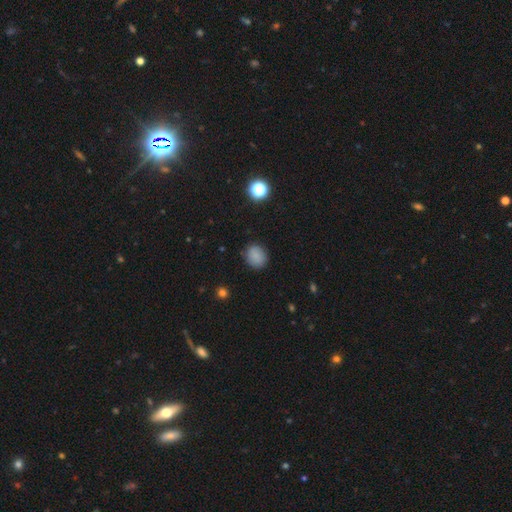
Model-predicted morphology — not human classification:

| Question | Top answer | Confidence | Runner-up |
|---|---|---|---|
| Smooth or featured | smooth | 85% | star or artifact (11%) |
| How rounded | round | 63% | in between (36%) |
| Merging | none | 85% | minor disturbance (11%) |